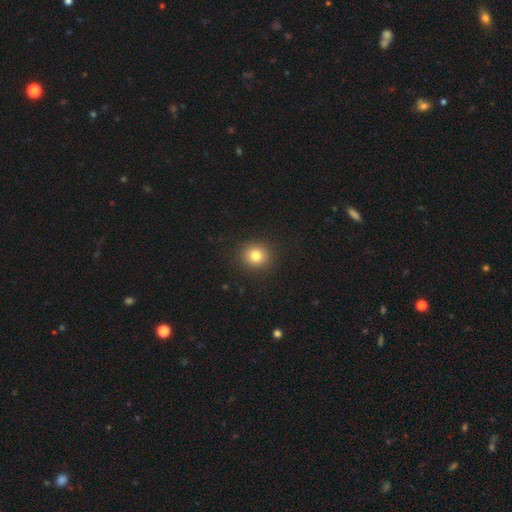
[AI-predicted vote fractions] smooth 81%, star or artifact 12%, featured or disk 7%. Down the decision tree: how rounded — round (87%); merging — none (90%).